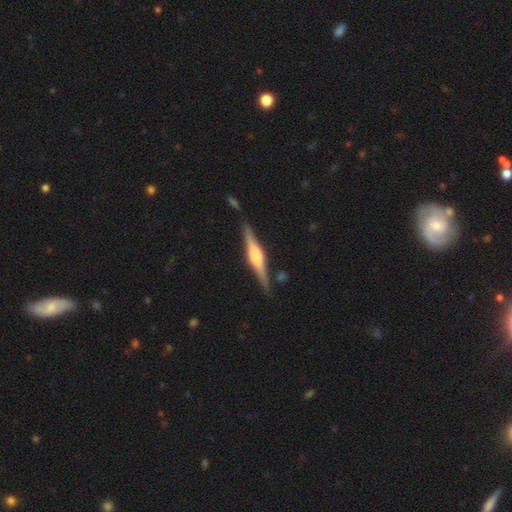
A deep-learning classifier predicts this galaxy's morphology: Smooth or featured? Predicted: featured or disk (p=0.76). Edge-on disk? Predicted: yes (p=0.98). Edge-on bulge? Predicted: rounded (p=0.77). Merging? Predicted: none (p=0.86).